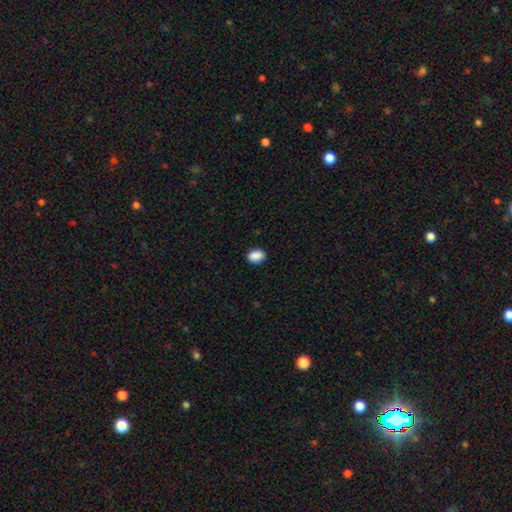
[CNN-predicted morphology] smooth 90%, star or artifact 8%, featured or disk 2%. Down the decision tree: how rounded — in between (70%); merging — none (89%).